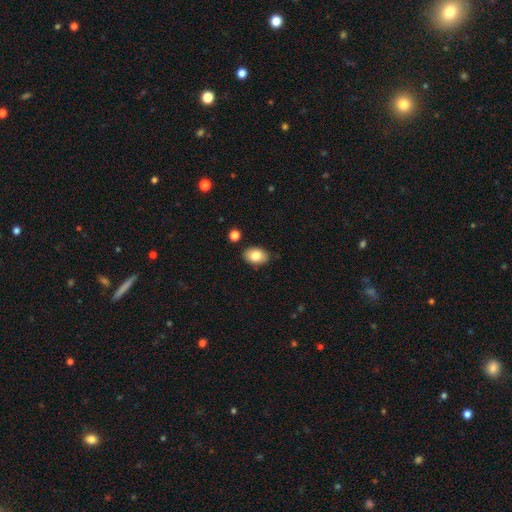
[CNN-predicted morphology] Smooth or featured? smooth (83%)
How rounded? in between (87%)
Merging? none (85%)